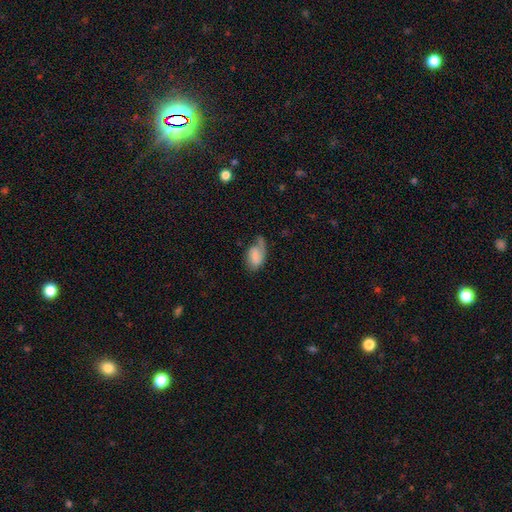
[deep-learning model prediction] Morphology: type=smooth (58%); roundness=in between (91%); merging=none (34%, tied with minor disturbance).